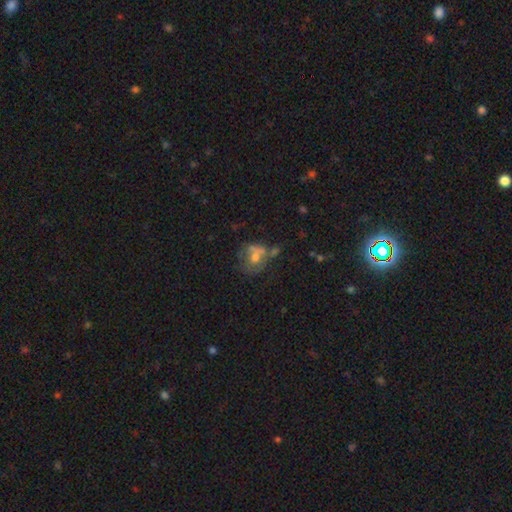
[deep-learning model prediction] smooth_or_featured: smooth (p=0.43) [tied with: featured or disk p=0.43]
merging: none (p=0.34) [alt: merger p=0.23]